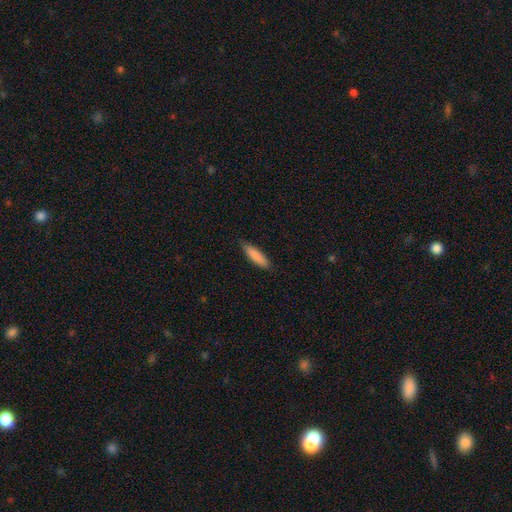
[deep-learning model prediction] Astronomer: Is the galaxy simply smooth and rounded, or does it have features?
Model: smooth — 86%.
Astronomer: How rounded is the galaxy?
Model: cigar-shaped — 66%.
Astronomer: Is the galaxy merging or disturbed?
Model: none — 83%.